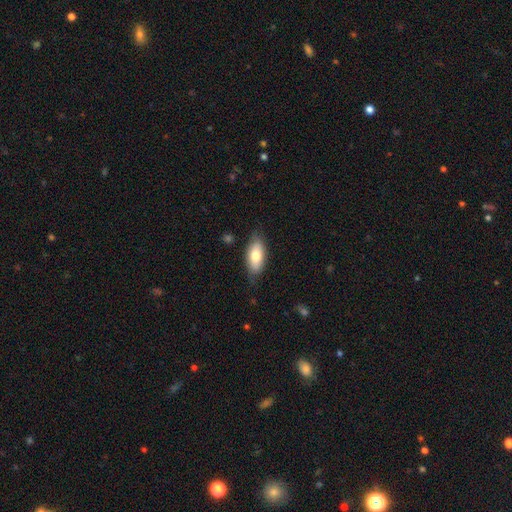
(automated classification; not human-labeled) This appears to be a smooth galaxy with no disk features (75%) that is in between round and cigar-shaped (88%). Merging: none (76%).